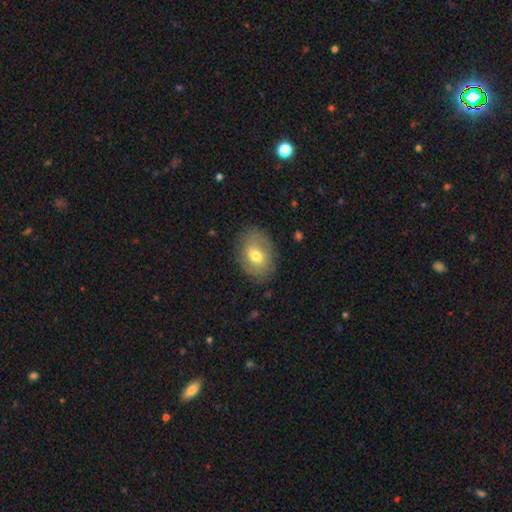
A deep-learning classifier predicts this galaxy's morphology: A smooth galaxy with no disk features (51%) that is in between round and cigar-shaped (76%).

Vote fractions:
- Smooth or featured? smooth: 51% / featured or disk: 40% / star or artifact: 9%
- How rounded? in between: 76% / round: 23% / cigar-shaped: 1%
- Merging? none: 82% / minor disturbance: 13% / major disturbance: 4% / merger: 1%